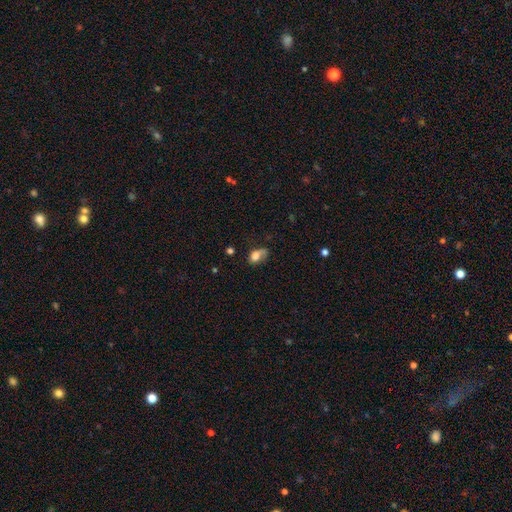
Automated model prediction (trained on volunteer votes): This is likely a smooth galaxy (72%). How rounded: likely in between (78%). Merging: marginally none (34%).